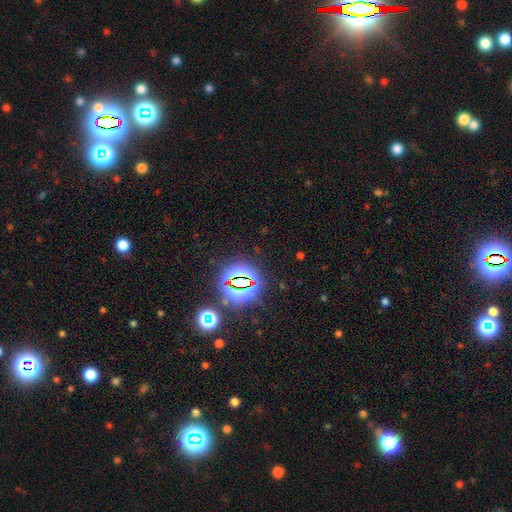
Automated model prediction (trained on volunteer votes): Smooth or featured?
  - star or artifact: 78% *
  - smooth: 14%
  - featured or disk: 7%